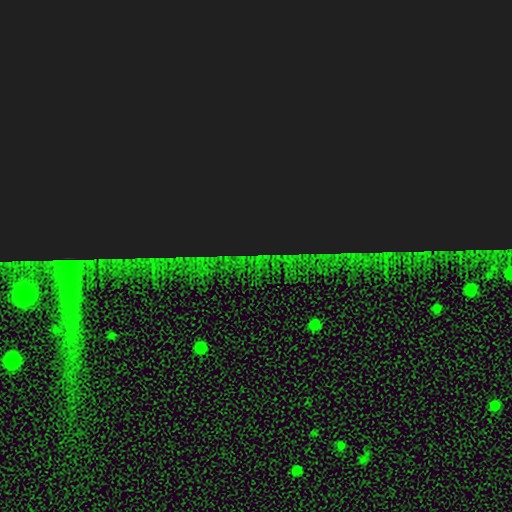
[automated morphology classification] This appears to be a star or artifact, not a galaxy (85%).